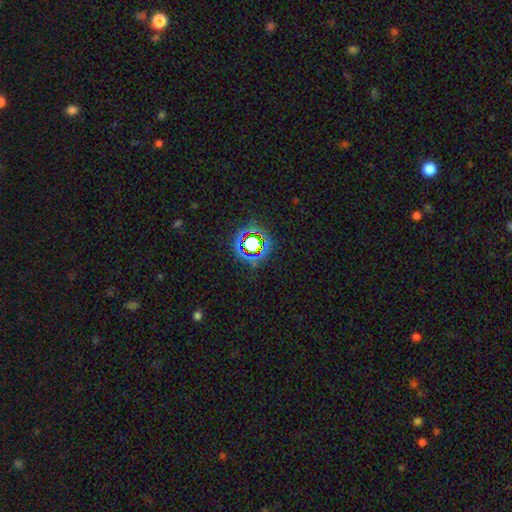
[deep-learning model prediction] smooth_or_featured: star or artifact (p=0.75) [alt: smooth p=0.15]